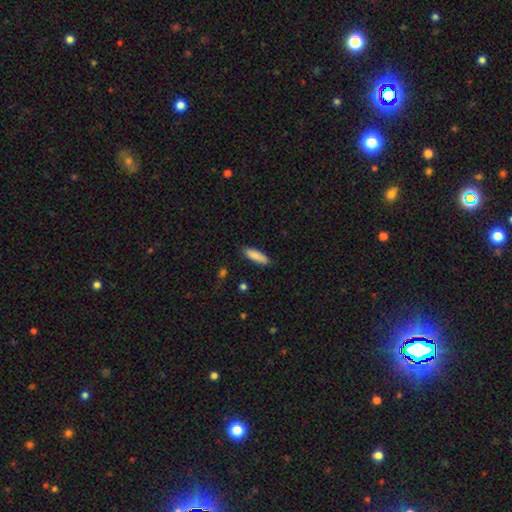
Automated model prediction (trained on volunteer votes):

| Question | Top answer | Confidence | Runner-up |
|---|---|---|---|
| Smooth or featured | smooth | 87% | featured or disk (7%) |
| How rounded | cigar-shaped | 54% | in between (44%) |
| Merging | none | 87% | minor disturbance (10%) |